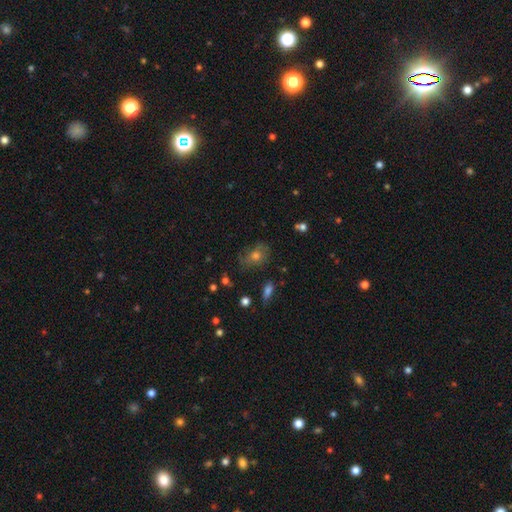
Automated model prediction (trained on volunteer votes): Q: Smooth or featured?
A: smooth (54%); runner-up: featured or disk (25%)
Q: How rounded?
A: in between (63%); runner-up: round (35%)
Q: Merging?
A: none (66%); runner-up: minor disturbance (22%)